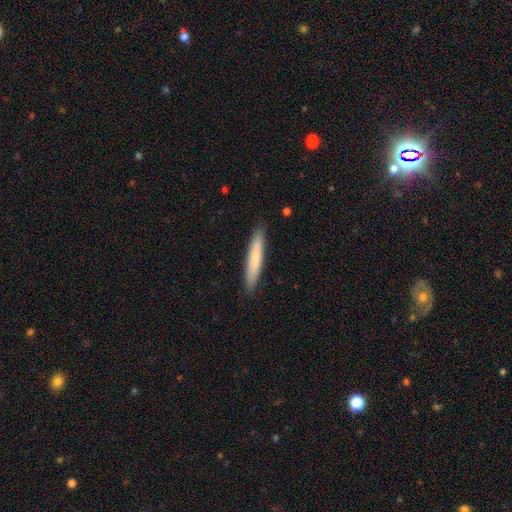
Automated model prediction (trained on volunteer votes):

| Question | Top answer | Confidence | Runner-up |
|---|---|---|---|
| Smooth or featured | smooth | 72% | featured or disk (22%) |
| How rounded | cigar-shaped | 93% | in between (6%) |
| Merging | none | 90% | minor disturbance (7%) |